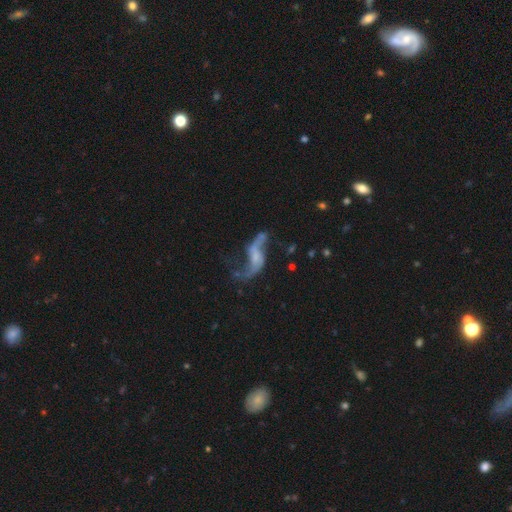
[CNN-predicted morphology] The model was most divided on "bulge size": none: 44%, small: 35%, moderate: 16%, large: 4%, dominant: 2%. Remaining: edge-on disk — no (94%); spiral winding — loose (91%); spiral arms — yes (90%); spiral arm count — 2 (89%); smooth or featured — featured or disk (81%); merging — none (51%); bar — no (48%).